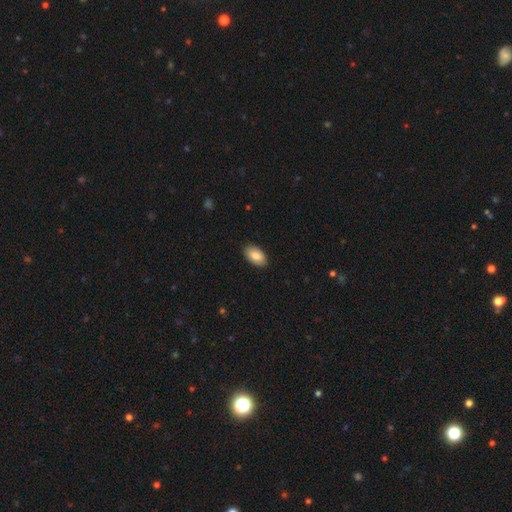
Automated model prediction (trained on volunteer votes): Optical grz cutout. It shows a smooth galaxy with no disk features (81%) that is in between round and cigar-shaped (94%). Merging: none (89%).